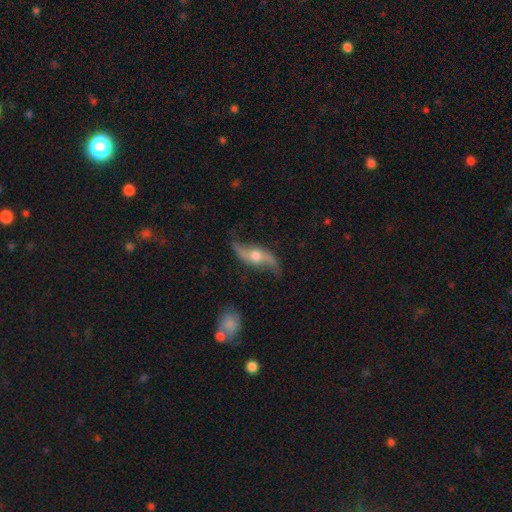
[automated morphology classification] The model was most divided on "bar": no: 59%, weak: 28%, strong: 13%. More confident: spiral arms — yes (95%); spiral arm count — 2 (94%); spiral winding — loose (90%); edge-on disk — no (85%); smooth or featured — featured or disk (85%); merging — none (76%); bulge size — moderate (67%).